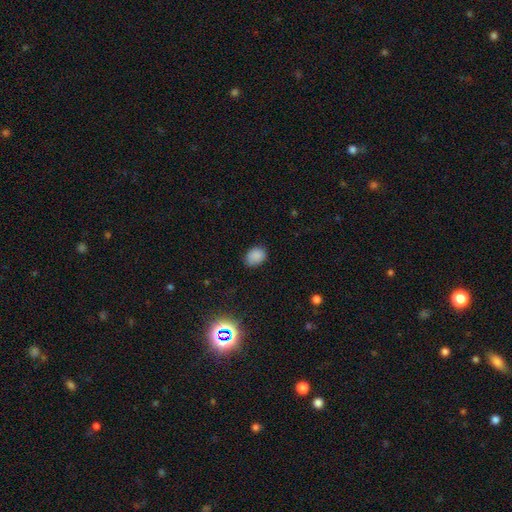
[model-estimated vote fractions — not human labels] Overall: smooth (85%). How rounded: in between (63%; round 36%). Merging: none (79%).